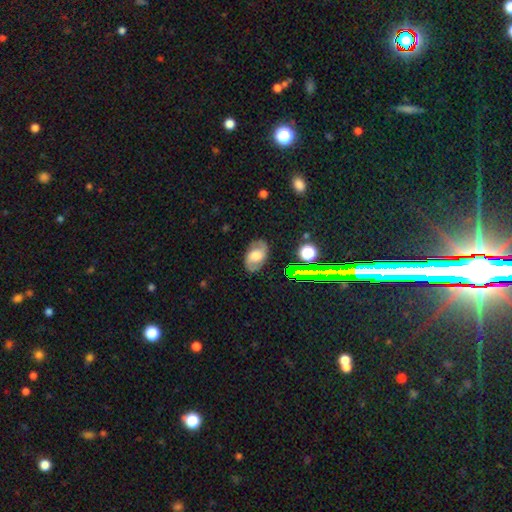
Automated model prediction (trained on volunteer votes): The model was most divided on "bulge size": large: 36%, moderate: 34%, small: 14%, none: 10%, dominant: 6%. Remaining: edge-on disk — no (96%); spiral arms — yes (90%); spiral arm count — 2 (90%); merging — none (79%); smooth or featured — featured or disk (67%); bar — no (56%); spiral winding — medium (50%).